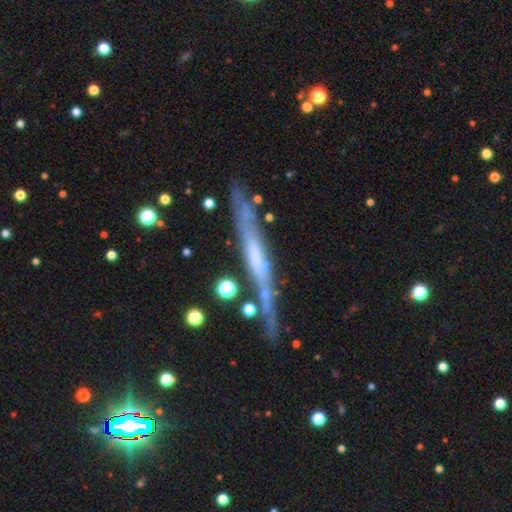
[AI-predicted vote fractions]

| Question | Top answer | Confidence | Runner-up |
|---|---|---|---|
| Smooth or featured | featured or disk | 63% | smooth (29%) |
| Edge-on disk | yes | 87% | no (13%) |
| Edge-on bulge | none | 68% | rounded (18%) |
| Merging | none | 71% | minor disturbance (18%) |